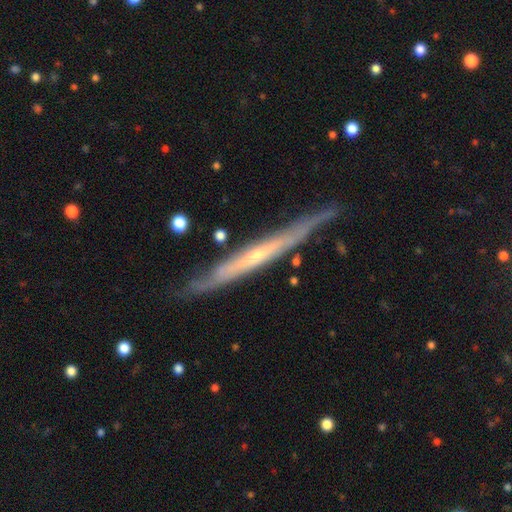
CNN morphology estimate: Smooth or featured?
  - featured or disk: 78% *
  - smooth: 16%
  - star or artifact: 5%
Edge-on disk?
  - yes: 90% *
  - no: 10%
Edge-on bulge?
  - rounded: 49% *
  - none: 48%
  - boxy: 3%
Merging?
  - none: 79% *
  - minor disturbance: 17%
  - major disturbance: 3%
  - merger: 2%